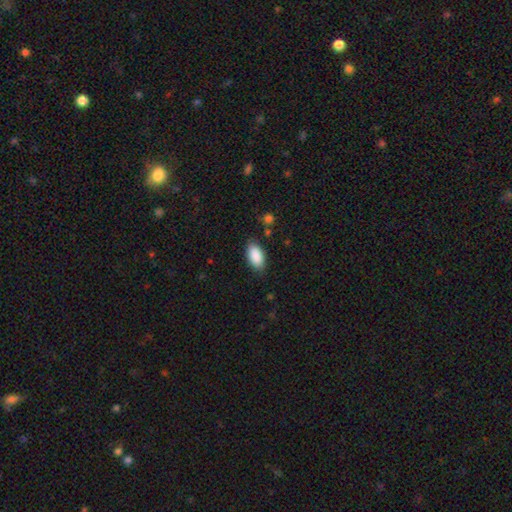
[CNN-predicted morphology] A smooth galaxy with no disk features (89%) that is in between round and cigar-shaped (94%). Merging: none (83%).